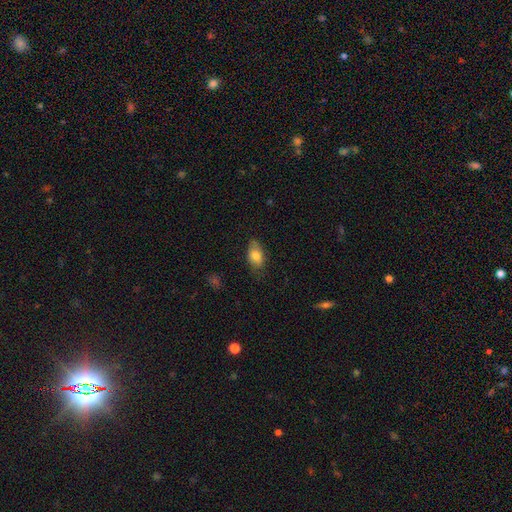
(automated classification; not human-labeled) Morphology: type=smooth (79%); roundness=in between (90%); merging=none (73%).